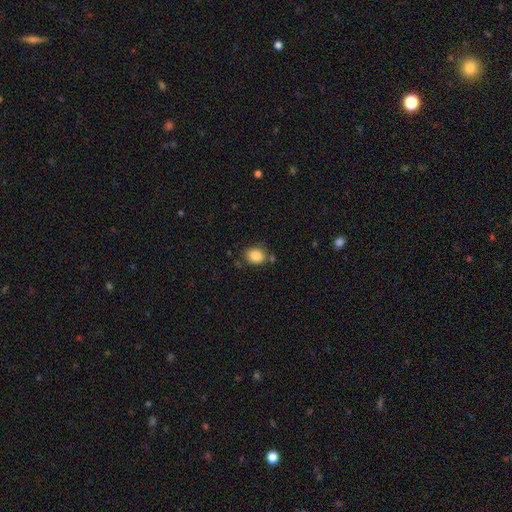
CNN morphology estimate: Smooth or featured?
  - smooth: 87% *
  - star or artifact: 9%
  - featured or disk: 5%
How rounded?
  - in between: 50% *
  - round: 49%
  - cigar-shaped: 1%
Merging?
  - none: 75% *
  - minor disturbance: 14%
  - merger: 7%
  - major disturbance: 4%